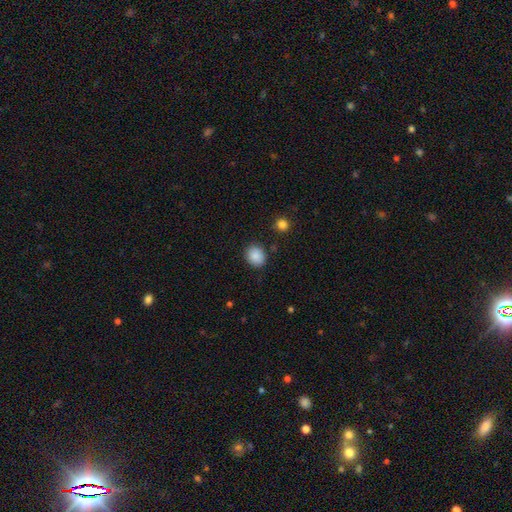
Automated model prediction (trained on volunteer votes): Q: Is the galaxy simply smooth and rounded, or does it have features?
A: smooth — 88%.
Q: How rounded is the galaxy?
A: round — 61%.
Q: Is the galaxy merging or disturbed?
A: none — 86%.